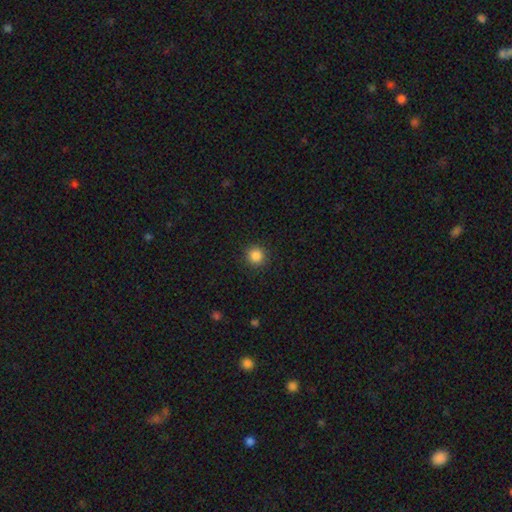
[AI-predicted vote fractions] The model was most divided on "smooth or featured": smooth: 86%, star or artifact: 11%, featured or disk: 3%. More confident: how rounded — round (94%); merging — none (92%).